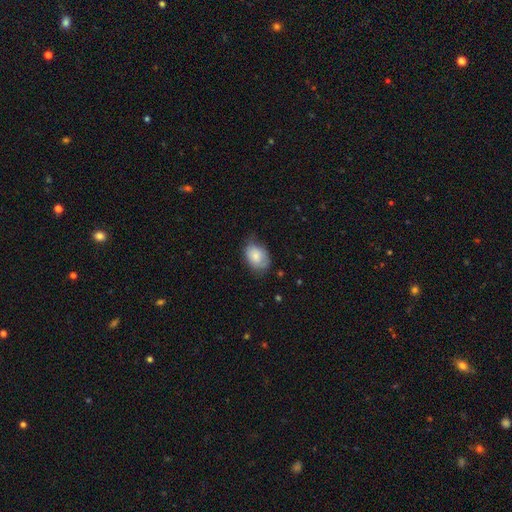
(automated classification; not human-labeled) Overall: smooth (80%). How rounded: in between (79%). Merging: none (56%; minor disturbance 34%).